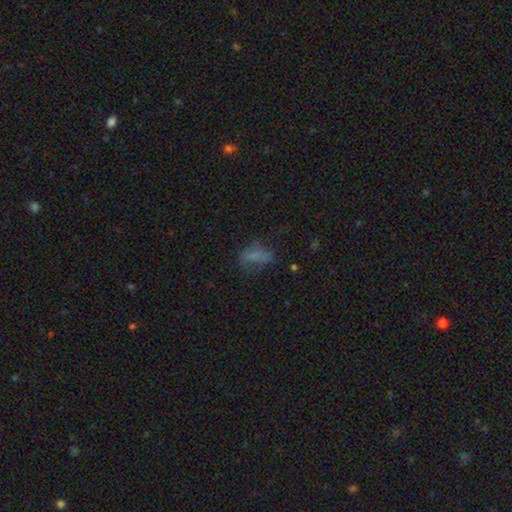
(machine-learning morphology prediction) Q: Smooth or featured?
A: smooth (58%); runner-up: featured or disk (22%)
Q: How rounded?
A: in between (77%); runner-up: cigar-shaped (12%)
Q: Merging?
A: none (46%); runner-up: minor disturbance (26%)